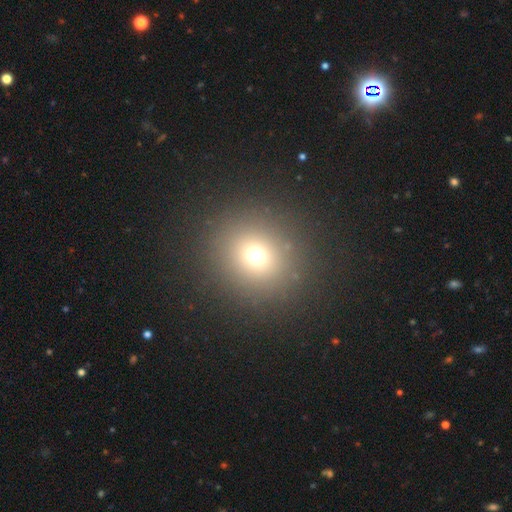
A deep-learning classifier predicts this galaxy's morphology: Smooth or featured?
  - smooth: 69% *
  - star or artifact: 22%
  - featured or disk: 9%
How rounded?
  - round: 88% *
  - in between: 11%
  - cigar-shaped: 1%
Merging?
  - none: 88% *
  - minor disturbance: 6%
  - major disturbance: 4%
  - merger: 2%